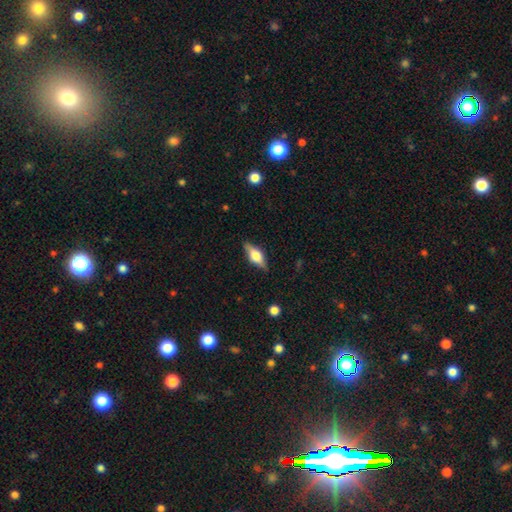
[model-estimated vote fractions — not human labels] This appears to be a featured or disk galaxy (56%) viewed edge-on (93%) with a rounded central bulge (88%). Merging: none (85%).